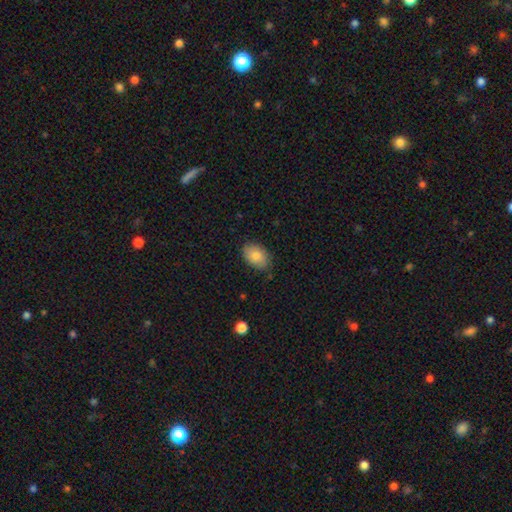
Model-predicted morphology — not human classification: A smooth galaxy with no disk features (83%) that is in between round and cigar-shaped (86%).

Vote fractions:
- Smooth or featured? smooth: 83% / featured or disk: 10% / star or artifact: 7%
- How rounded? in between: 86% / round: 13% / cigar-shaped: 1%
- Merging? none: 80% / minor disturbance: 16% / major disturbance: 3% / merger: 1%